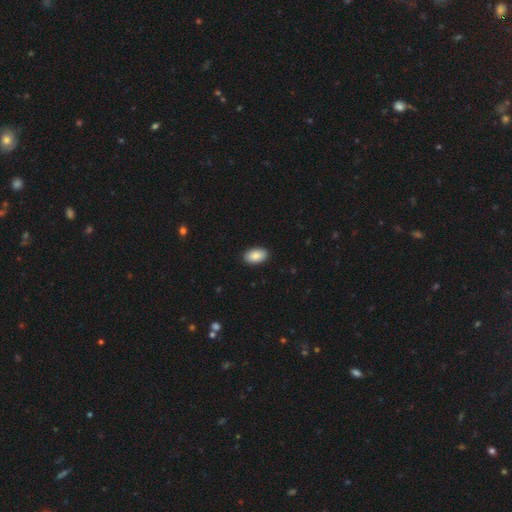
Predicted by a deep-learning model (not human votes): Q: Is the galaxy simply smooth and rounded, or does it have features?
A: smooth — 89%.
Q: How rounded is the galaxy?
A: in between — 94%.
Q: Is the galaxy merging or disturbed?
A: none — 91%.